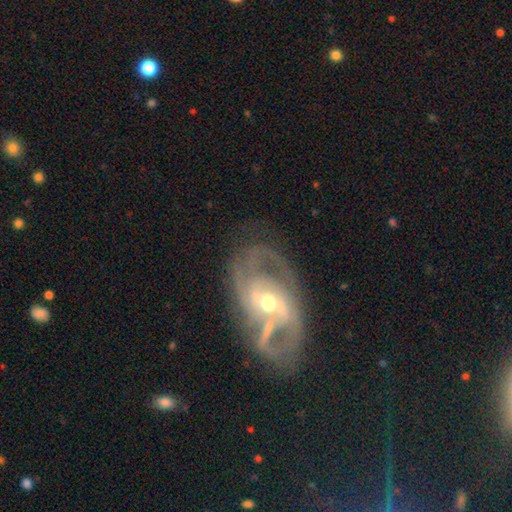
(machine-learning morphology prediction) This appears to be a featured or disk galaxy (86%) with no bar (40%), 2 (50%) medium (44%) spiral arms (91%) and a moderate central bulge (56%). Merging: none (58%).